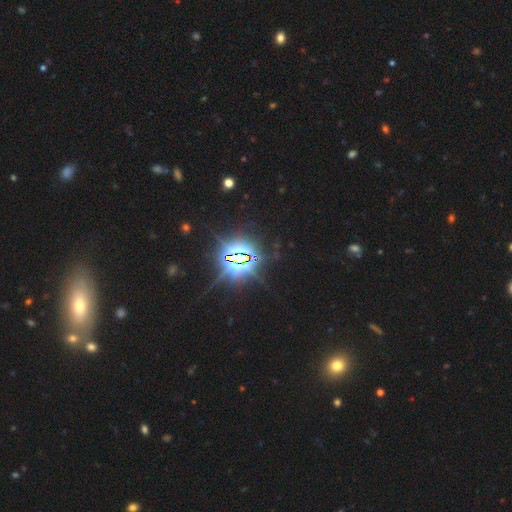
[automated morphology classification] smooth-or-featured: star or artifact: 85% | smooth: 8% | featured or disk: 7%